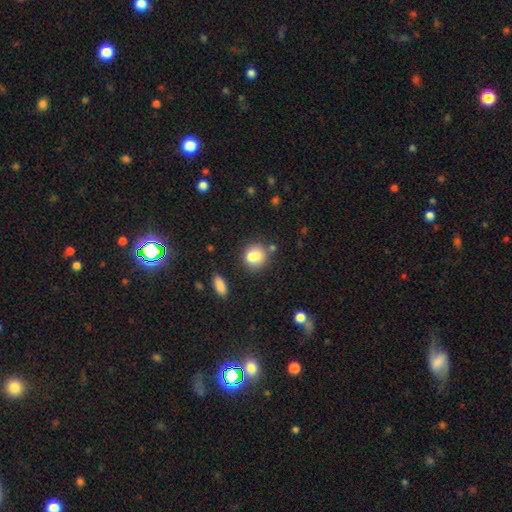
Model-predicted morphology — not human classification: Overall: smooth (78%). How rounded: round (73%). Merging: none (60%).